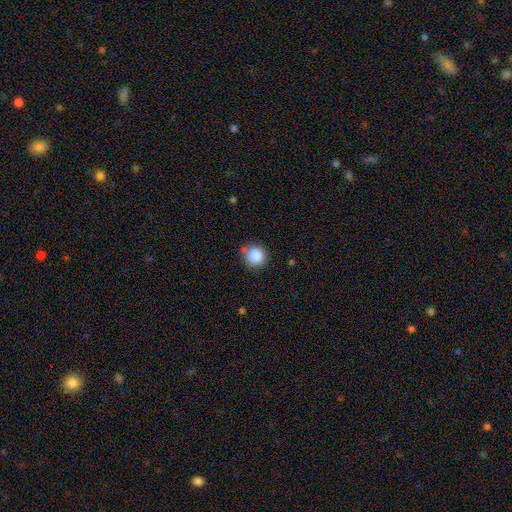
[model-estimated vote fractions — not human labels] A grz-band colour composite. It shows a smooth galaxy with no disk features (86%) that is round (89%). Merging: none (71%).